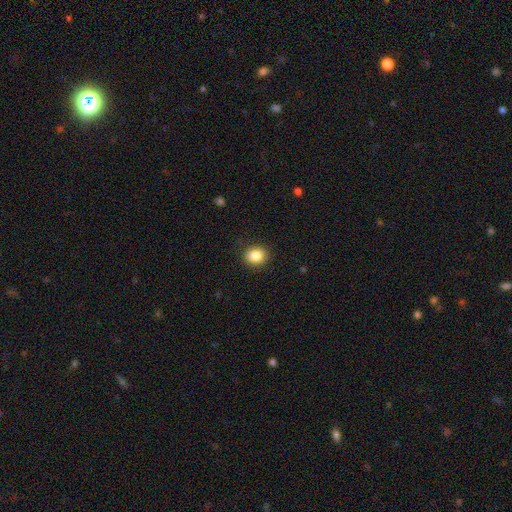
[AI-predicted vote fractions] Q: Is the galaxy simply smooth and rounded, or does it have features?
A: smooth — 85%.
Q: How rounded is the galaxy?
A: round — 66%.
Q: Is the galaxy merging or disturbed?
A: none — 89%.